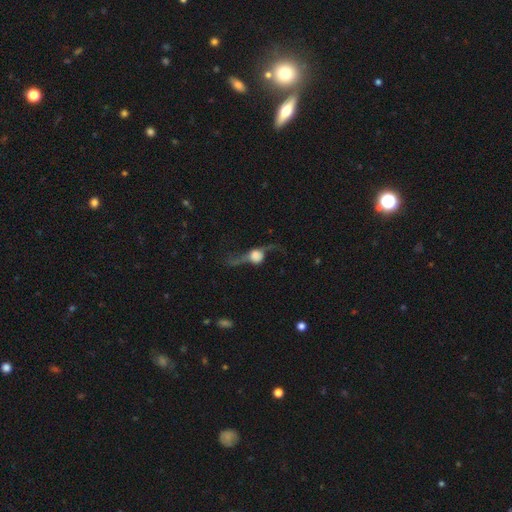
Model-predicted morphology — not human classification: This is likely a featured or disk galaxy (68%). It is possibly not viewed edge-on (52%). Merging: possibly none (46%).